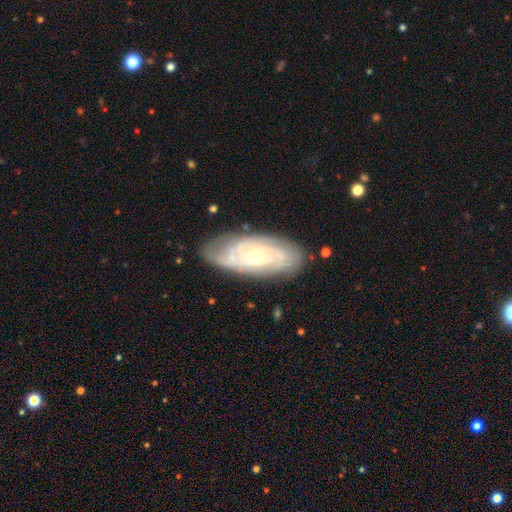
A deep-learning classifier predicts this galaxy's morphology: smooth-or-featured: featured or disk: 81% | smooth: 13% | star or artifact: 6%
  disk-edge-on: no: 93% | yes: 7%
    bar: no: 71% | weak: 24% | strong: 5%
    has-spiral-arms: yes: 93% | no: 7%
      spiral-winding: tight: 69% | medium: 26% | loose: 6%
      spiral-arm-count: can't tell: 39% | 2: 22% | 3: 20% | 4: 11% | more than 4: 4% | 1: 4%
    bulge-size: small: 57% | moderate: 40% | large: 1% | none: 1% | dominant: 1%
  merging: none: 77% | minor disturbance: 18% | major disturbance: 4% | merger: 1%